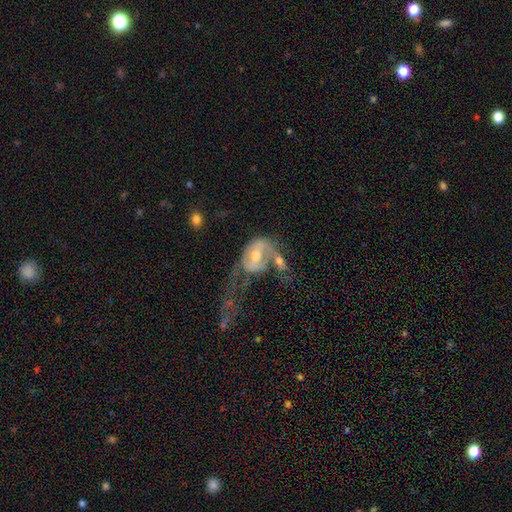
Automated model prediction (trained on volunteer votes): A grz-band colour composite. It shows a featured or disk galaxy (64%) with no bar (55%), spiral arms (54%) and a moderate central bulge (68%). Merging: merger (41%).